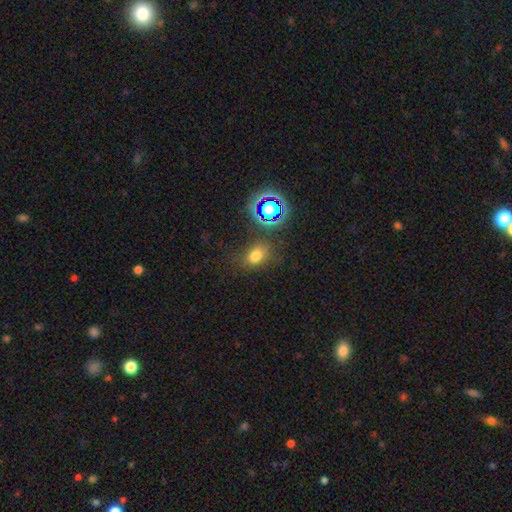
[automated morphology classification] A smooth galaxy with no disk features (70%) that is in between round and cigar-shaped (71%). Merging: none (76%).